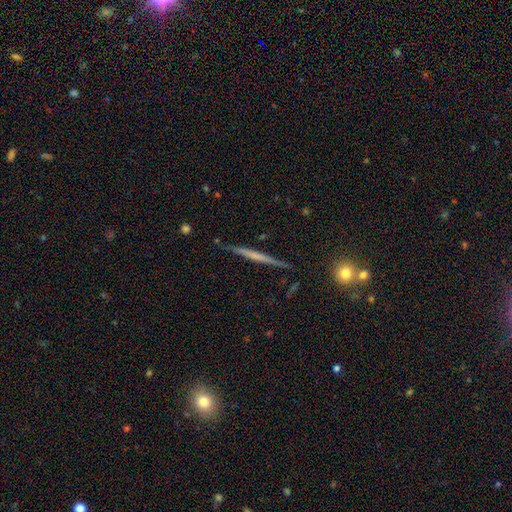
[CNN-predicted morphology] Smooth or featured: featured or disk — 58% (smooth — 36%)
Edge-on disk: yes — 97% (no — 3%)
Edge-on bulge: none — 80% (rounded — 13%)
Merging: none — 89% (minor disturbance — 8%)